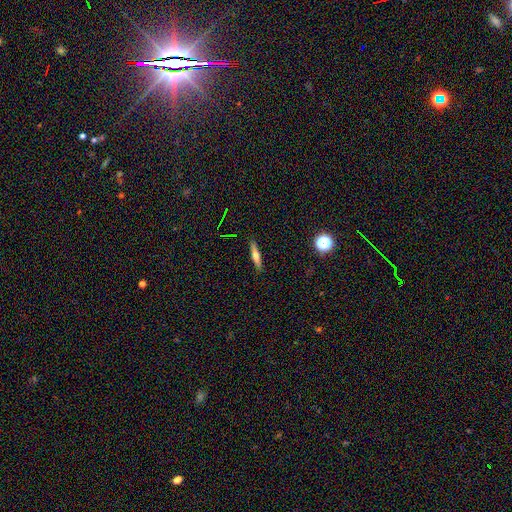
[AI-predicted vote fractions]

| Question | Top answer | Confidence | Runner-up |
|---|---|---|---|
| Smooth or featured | smooth | 48% | featured or disk (43%) |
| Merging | none | 89% | minor disturbance (8%) |